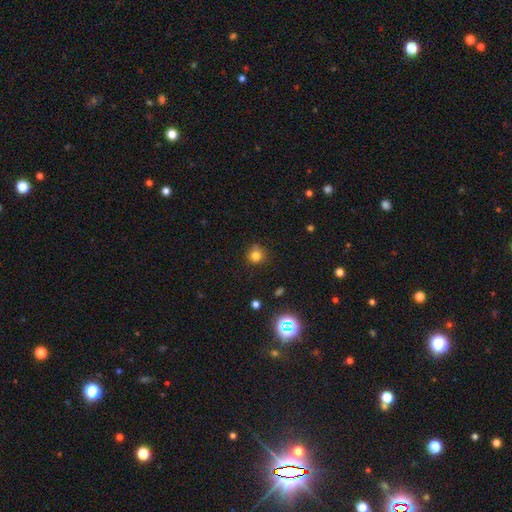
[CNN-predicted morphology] The model was most divided on "merging": none: 71%, minor disturbance: 19%, major disturbance: 5%, merger: 5%. More confident: how rounded — round (87%); smooth or featured — smooth (78%).